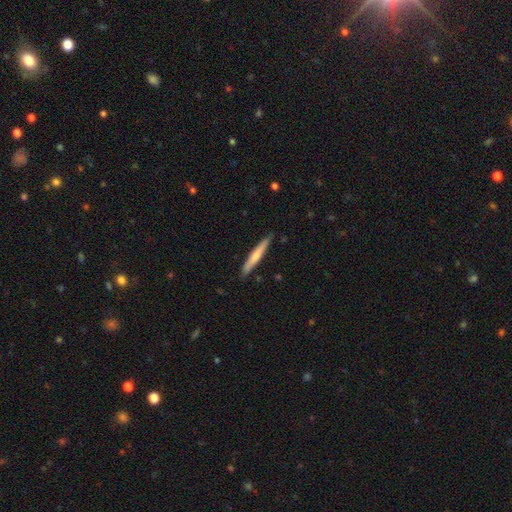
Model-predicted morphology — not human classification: Smooth or featured? Predicted: smooth (p=0.59). How rounded? Predicted: cigar-shaped (p=0.94). Merging? Predicted: none (p=0.86).